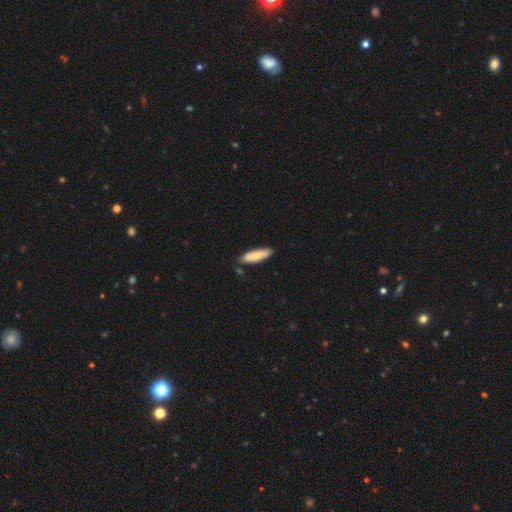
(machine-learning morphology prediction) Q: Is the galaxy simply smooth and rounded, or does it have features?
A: smooth — 78%.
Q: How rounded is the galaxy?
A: cigar-shaped — 60%.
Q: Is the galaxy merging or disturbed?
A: none — 79%.